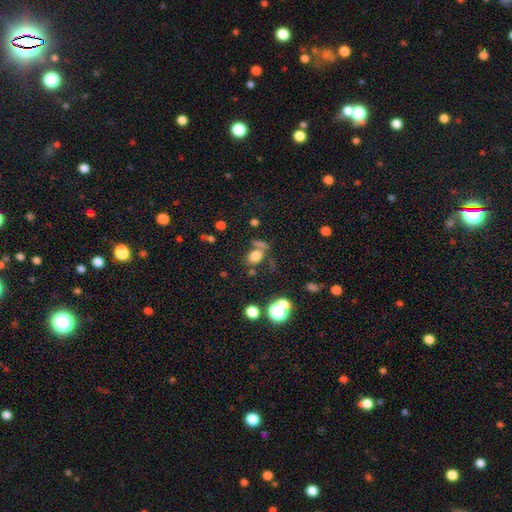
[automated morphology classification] Q: Smooth or featured?
A: smooth (73%); runner-up: star or artifact (18%)
Q: How rounded?
A: in between (58%); runner-up: round (40%)
Q: Merging?
A: none (56%); runner-up: merger (22%)